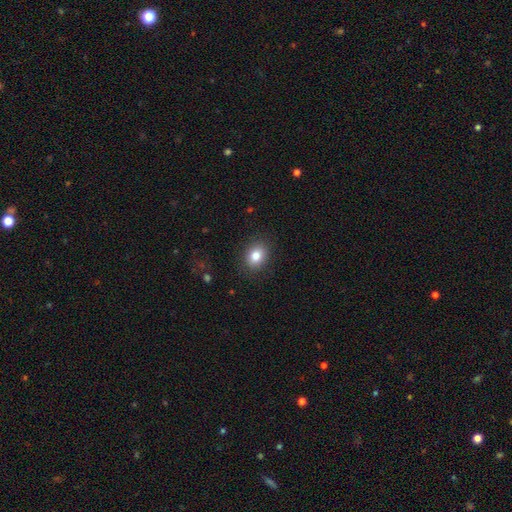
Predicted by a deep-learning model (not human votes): This appears to be a smooth galaxy with no disk features (82%) that is in between round and cigar-shaped (55%). Merging: none (88%).